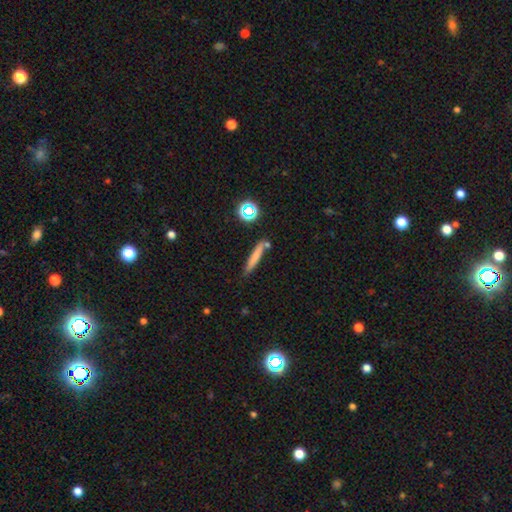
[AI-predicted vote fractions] Smooth or featured? smooth (69%)
How rounded? cigar-shaped (90%)
Merging? none (77%)